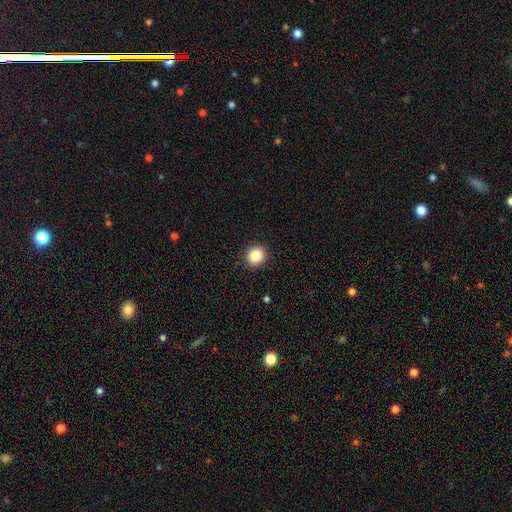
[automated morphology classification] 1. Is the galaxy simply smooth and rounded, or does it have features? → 85% smooth, 10% star or artifact, 5% featured or disk.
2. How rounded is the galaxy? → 81% round, 18% in between, 1% cigar-shaped.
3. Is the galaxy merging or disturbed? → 91% none, 6% minor disturbance, 2% major disturbance, 1% merger.